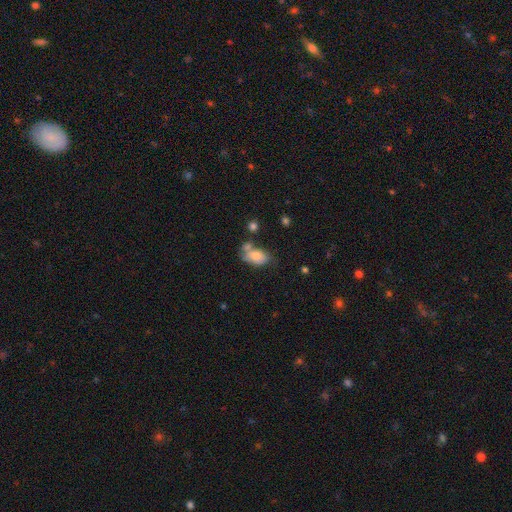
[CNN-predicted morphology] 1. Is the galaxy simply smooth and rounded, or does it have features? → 76% smooth, 15% featured or disk, 8% star or artifact.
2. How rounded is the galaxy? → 88% in between, 10% round, 2% cigar-shaped.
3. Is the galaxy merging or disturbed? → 41% none, 26% merger, 23% minor disturbance, 10% major disturbance.